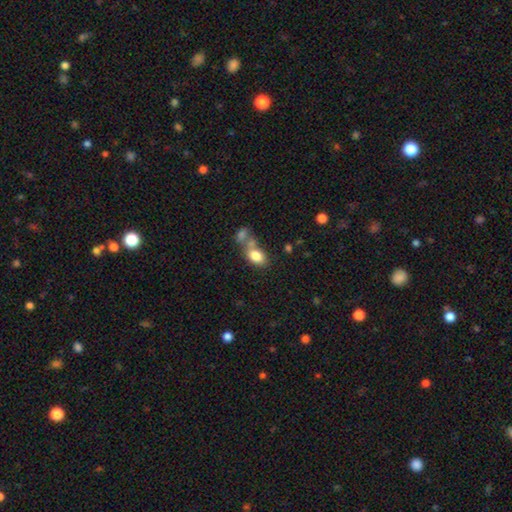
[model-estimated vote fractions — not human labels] This appears to be a smooth galaxy with no disk features (79%) that is in between round and cigar-shaped (84%). Merging: merger (42%).